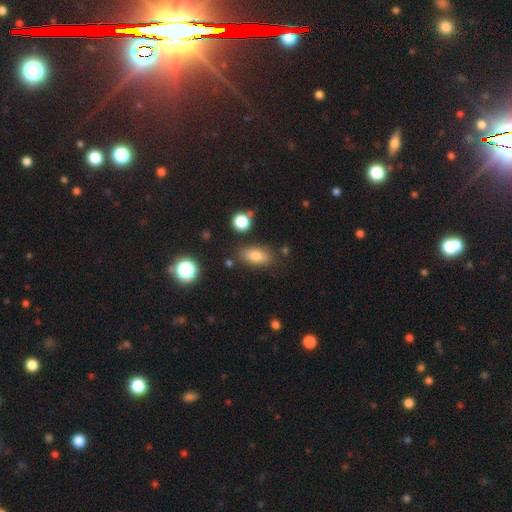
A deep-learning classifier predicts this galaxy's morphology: type=smooth (79%); roundness=in between (83%); merging=none (79%).